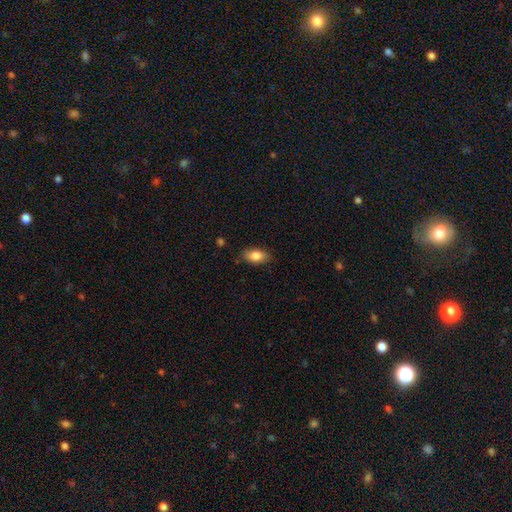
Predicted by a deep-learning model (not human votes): Q: Smooth or featured?
A: smooth (83%); runner-up: featured or disk (9%)
Q: How rounded?
A: in between (89%); runner-up: cigar-shaped (5%)
Q: Merging?
A: none (83%); runner-up: minor disturbance (13%)